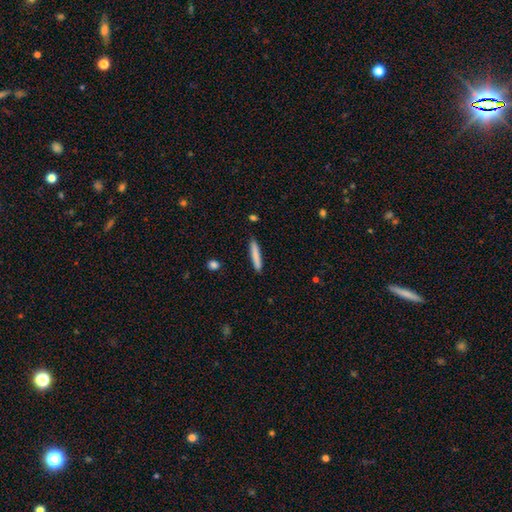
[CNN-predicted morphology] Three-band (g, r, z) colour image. It shows a smooth galaxy with no disk features (81%) that is cigar-shaped (93%). Merging: none (89%).